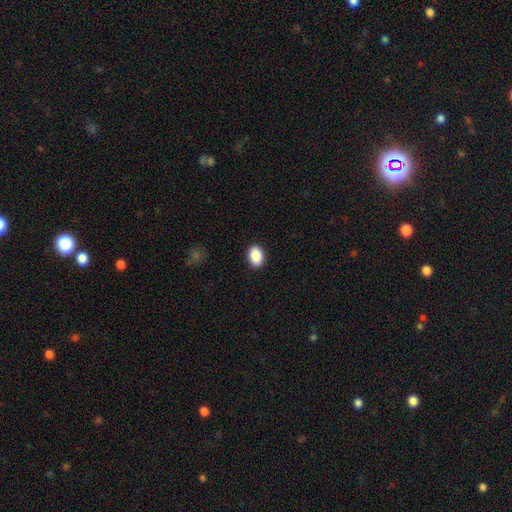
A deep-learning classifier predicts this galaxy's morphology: This appears to be a smooth galaxy with no disk features (89%) that is in between round and cigar-shaped (84%). Merging: none (90%).